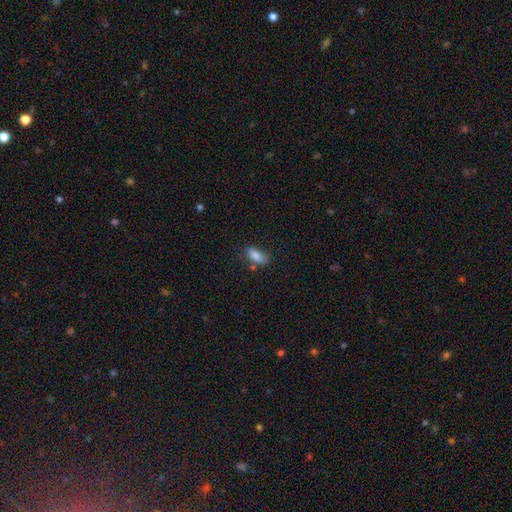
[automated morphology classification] Smooth or featured?
  - smooth: 85% *
  - star or artifact: 8%
  - featured or disk: 7%
How rounded?
  - in between: 83% *
  - cigar-shaped: 14%
  - round: 3%
Merging?
  - none: 63% *
  - minor disturbance: 23%
  - merger: 8%
  - major disturbance: 6%